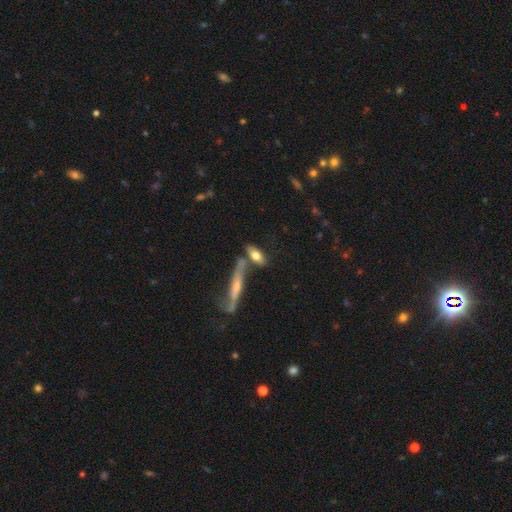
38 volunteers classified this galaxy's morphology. Smooth or featured?
  - smooth: 74% *
  - featured or disk: 24%
  - star or artifact: 3%
How rounded?
  - in between: 79% *
  - cigar-shaped: 21%
  - round: 0%
Merging?
  - none: 51% *
  - merger: 43%
  - minor disturbance: 5%
  - major disturbance: 0%